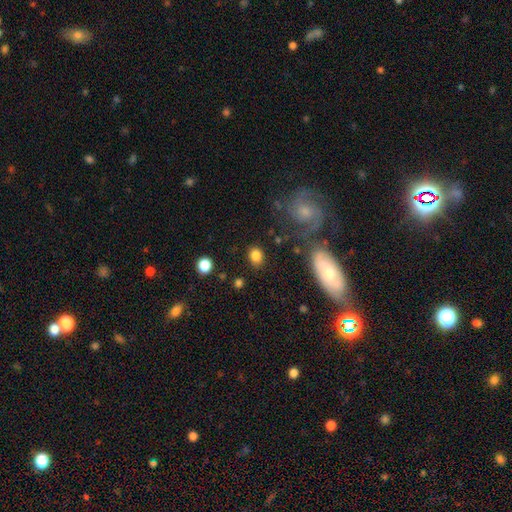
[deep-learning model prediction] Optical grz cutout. It shows a smooth galaxy with no disk features (84%) that is in between round and cigar-shaped (50%). Merging: none (82%).